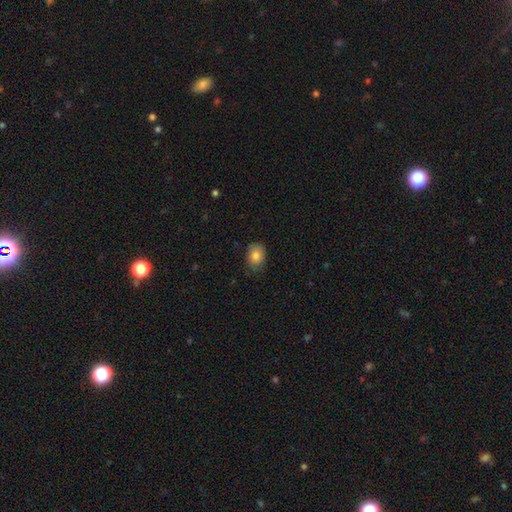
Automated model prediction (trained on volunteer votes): Smooth or featured: smooth — 83% (star or artifact — 9%)
How rounded: in between — 61% (round — 38%)
Merging: none — 77% (minor disturbance — 19%)